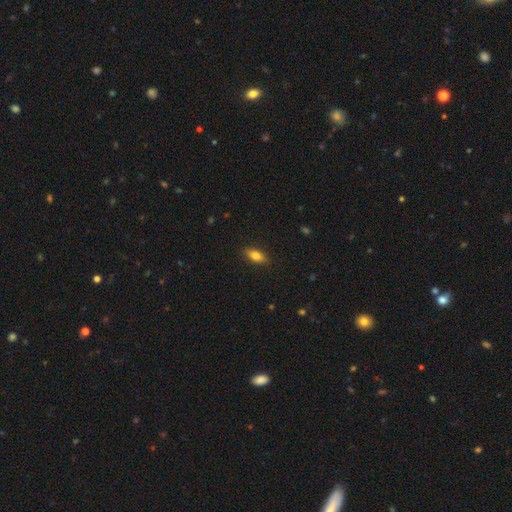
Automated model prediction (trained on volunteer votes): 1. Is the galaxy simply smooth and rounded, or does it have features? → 81% smooth, 11% featured or disk, 8% star or artifact.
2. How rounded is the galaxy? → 84% in between, 12% cigar-shaped, 4% round.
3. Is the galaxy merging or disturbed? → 88% none, 9% minor disturbance, 2% major disturbance, 1% merger.